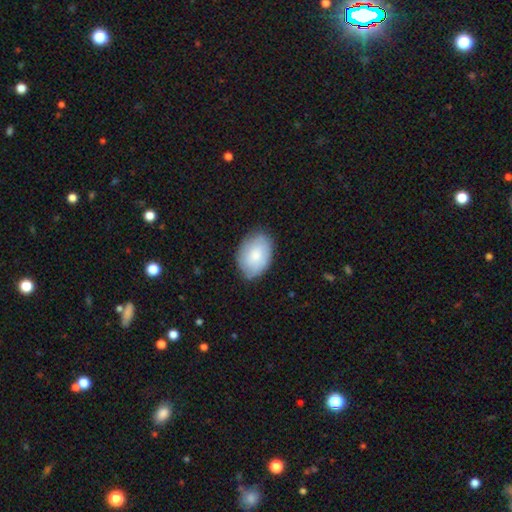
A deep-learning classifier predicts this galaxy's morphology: The model was most divided on "smooth or featured": smooth: 74%, featured or disk: 20%, star or artifact: 6%. More confident: how rounded — in between (86%); merging — none (78%).